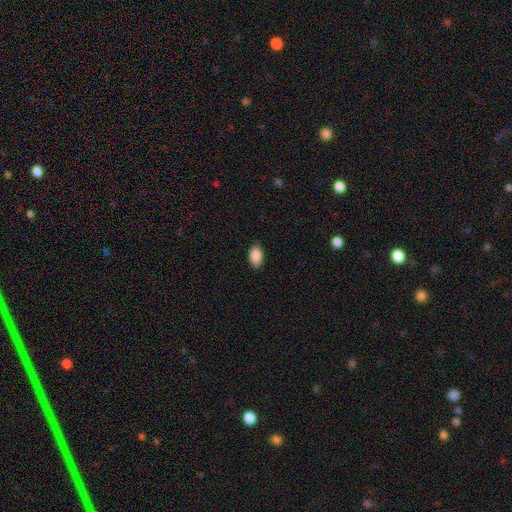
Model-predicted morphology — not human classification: type=smooth (90%); roundness=in between (93%); merging=none (87%).